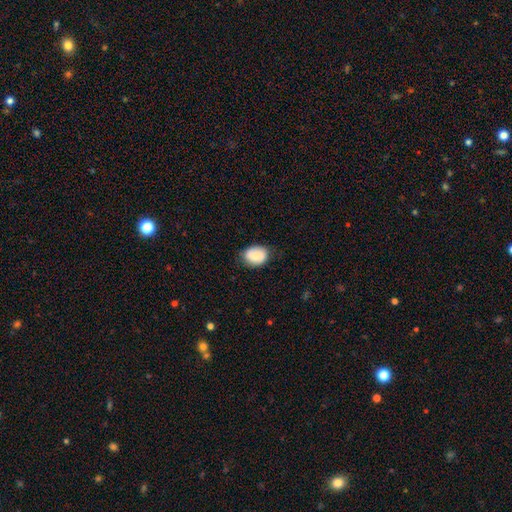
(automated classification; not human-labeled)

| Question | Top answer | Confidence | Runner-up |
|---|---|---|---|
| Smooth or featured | smooth | 74% | featured or disk (19%) |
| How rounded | in between | 60% | round (39%) |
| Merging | none | 77% | minor disturbance (18%) |